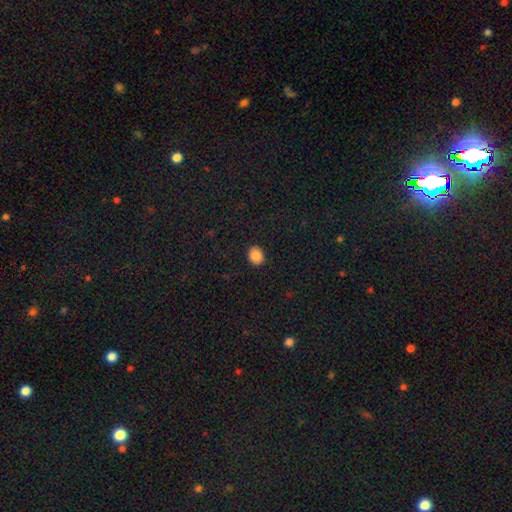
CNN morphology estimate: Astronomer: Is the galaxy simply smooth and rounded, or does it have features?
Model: smooth — 87%.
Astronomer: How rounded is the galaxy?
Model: round — 52% (runner-up: in between, 47%).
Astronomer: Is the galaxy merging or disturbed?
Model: none — 91%.